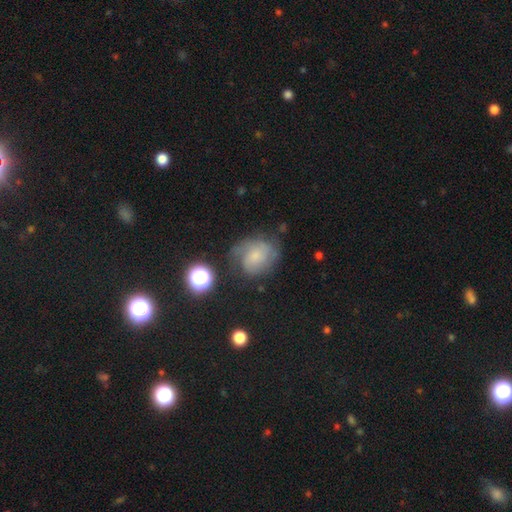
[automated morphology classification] smooth_or_featured: featured or disk (p=0.50) [alt: smooth p=0.37]
disk_edge_on: no (p=0.97) [alt: yes p=0.03]
merging: none (p=0.55) [alt: minor disturbance p=0.25]